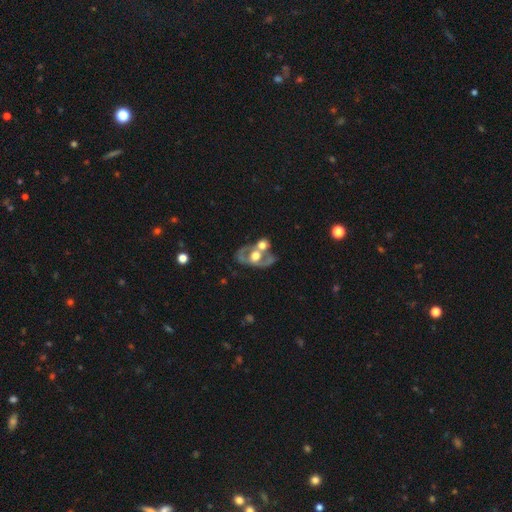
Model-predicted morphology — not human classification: Smooth or featured? Predicted: featured or disk (p=0.69). Edge-on disk? Predicted: no (p=0.91). Bar? Predicted: no (p=0.75). Spiral arms? Predicted: no (p=0.58). Bulge size? Predicted: moderate (p=0.56). Merging? Predicted: none (p=0.42).